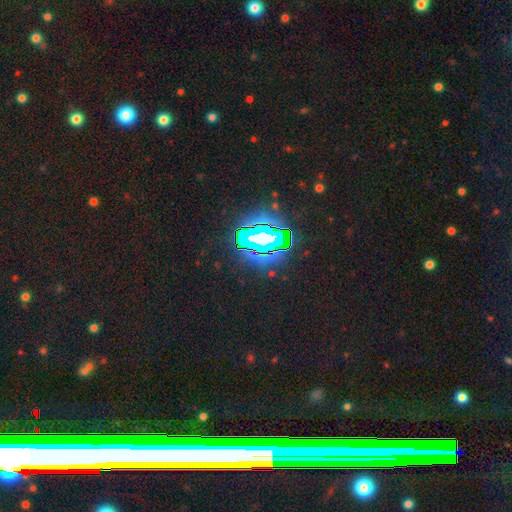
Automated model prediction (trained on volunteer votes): This is likely a star or artifact rather than a galaxy (71%).